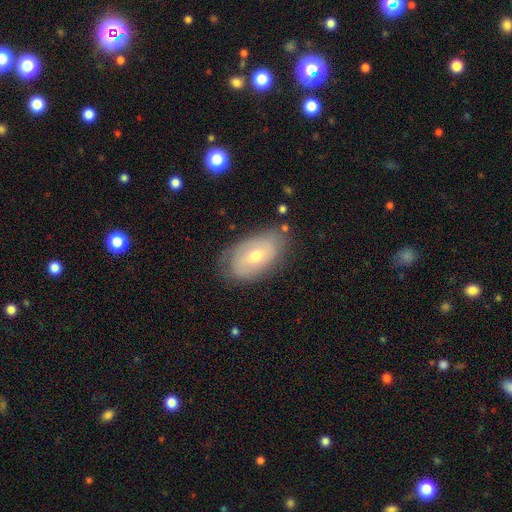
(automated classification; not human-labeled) Smooth or featured? Predicted: smooth (p=0.48). Merging? Predicted: none (p=0.72).